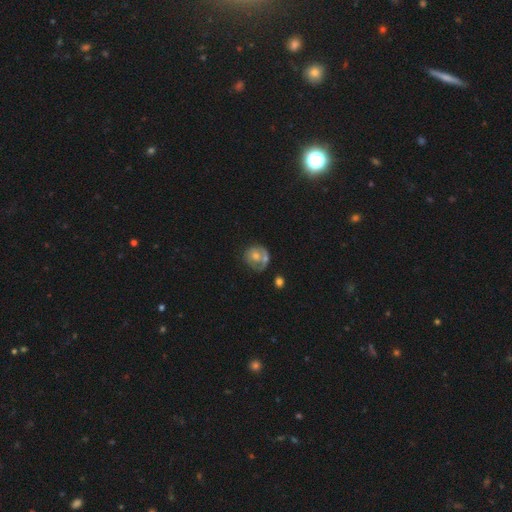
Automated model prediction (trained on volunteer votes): This is possibly a featured or disk galaxy (49%). Merging: possibly none (50%).